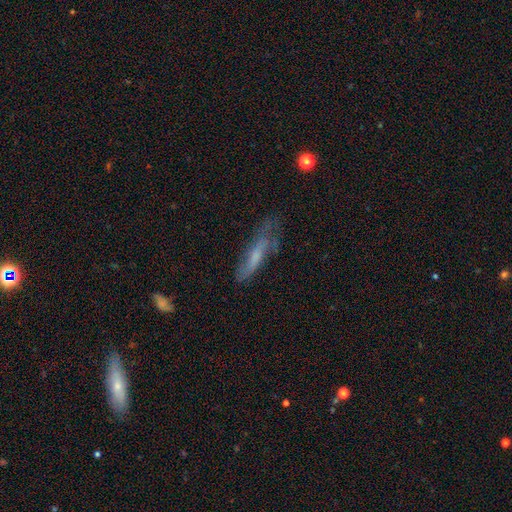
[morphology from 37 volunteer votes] A featured or disk galaxy (57%) with a weak bar (47%), 2 (70%) loose (50%) spiral arms (67%) and a moderate central bulge (40%). Merging: none (42%).